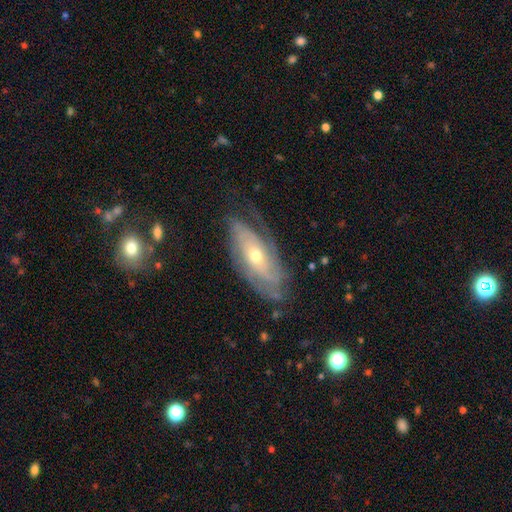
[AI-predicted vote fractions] Overall: featured or disk (75%). Edge-on disk: no (86%). Bar: no (76%). Spiral arms: yes (85%). Spiral arm count: can't tell (47%; 2 27%). Spiral winding: tight (57%; medium 30%). Bulge size: moderate (52%; small 44%). Merging: none (65%).